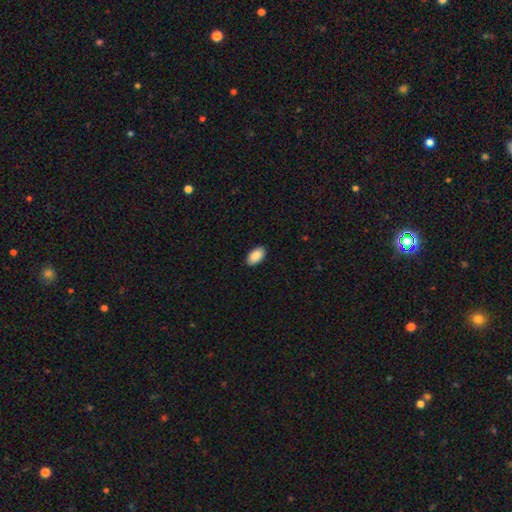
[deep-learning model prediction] Smooth or featured?
  - smooth: 90% *
  - star or artifact: 6%
  - featured or disk: 4%
How rounded?
  - in between: 95% *
  - round: 4%
  - cigar-shaped: 1%
Merging?
  - none: 89% *
  - minor disturbance: 8%
  - major disturbance: 2%
  - merger: 1%